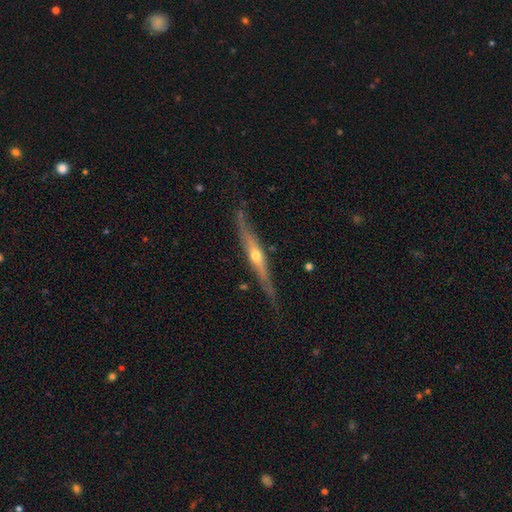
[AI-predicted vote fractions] Smooth or featured? featured or disk (77%)
Edge-on disk? yes (94%)
Edge-on bulge? rounded (85%)
Merging? none (76%)